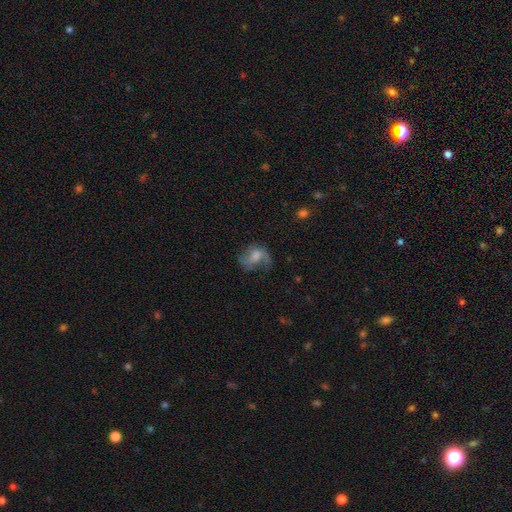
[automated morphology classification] Smooth or featured? featured or disk (57%)
Edge-on disk? no (97%)
Bar? no (58%)
Spiral arms? yes (80%)
Bulge size? moderate (48%)
Merging? none (49%)